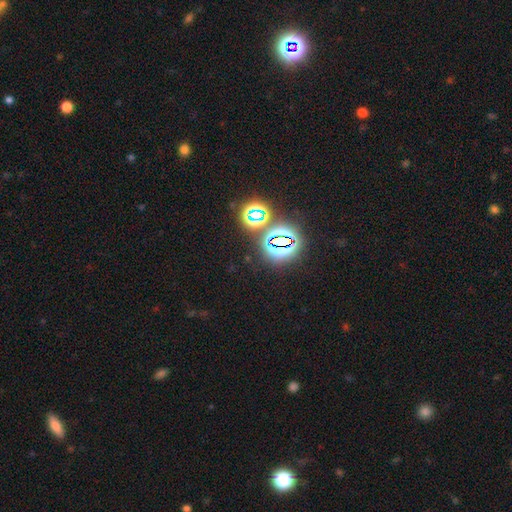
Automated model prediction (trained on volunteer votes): A star or artifact, not a galaxy (75%).

Vote fractions:
- Smooth or featured? star or artifact: 75% / smooth: 18% / featured or disk: 8%